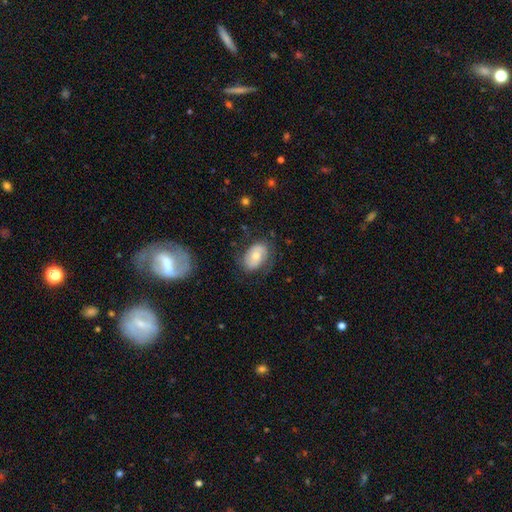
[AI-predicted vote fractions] The model was most divided on "smooth or featured": smooth: 49%, featured or disk: 44%, star or artifact: 7%. More confident: merging — none (67%).